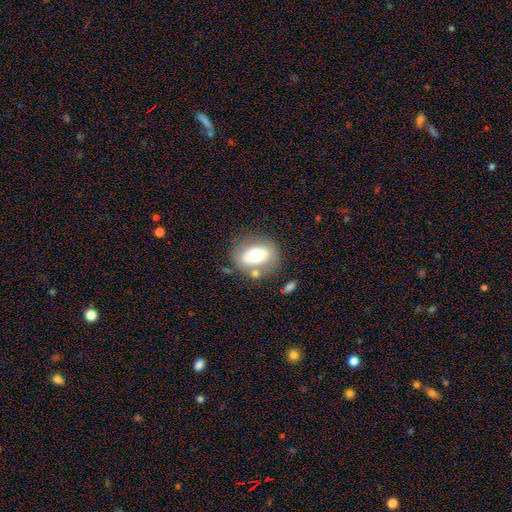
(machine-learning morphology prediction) Smooth or featured: smooth — 52% (featured or disk — 39%)
How rounded: in between — 52% (round — 46%)
Merging: none — 66% (minor disturbance — 17%)